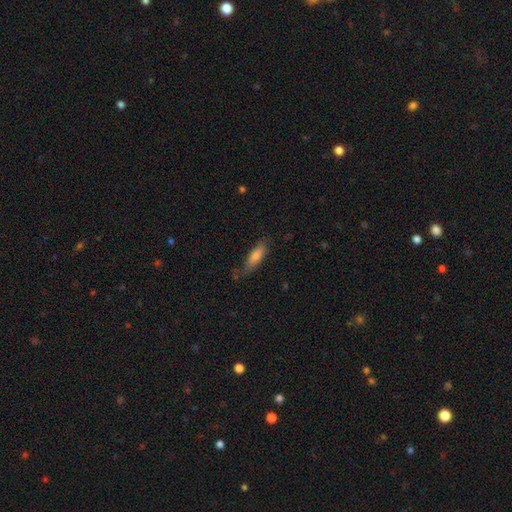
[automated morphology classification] Overall: smooth (71%). How rounded: cigar-shaped (56%; in between 42%). Merging: none (64%; minor disturbance 25%).